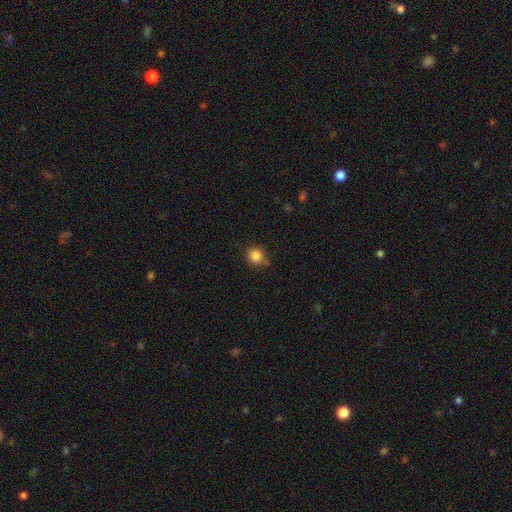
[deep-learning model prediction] This appears to be a smooth galaxy with no disk features (85%) that is round (87%). Merging: none (74%).